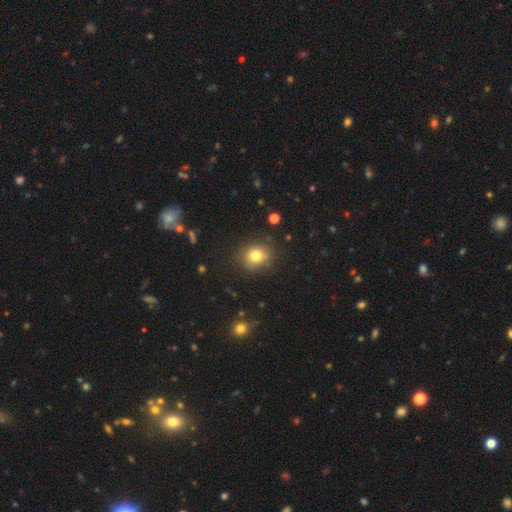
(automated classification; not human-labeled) Smooth or featured? Predicted: smooth (p=0.78). How rounded? Predicted: round (p=0.69). Merging? Predicted: none (p=0.83).